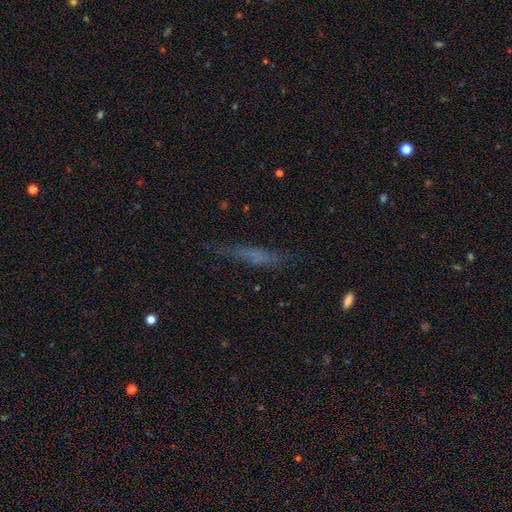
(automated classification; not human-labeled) Morphology: type=smooth (52%); roundness=cigar-shaped (86%); merging=none (67%).